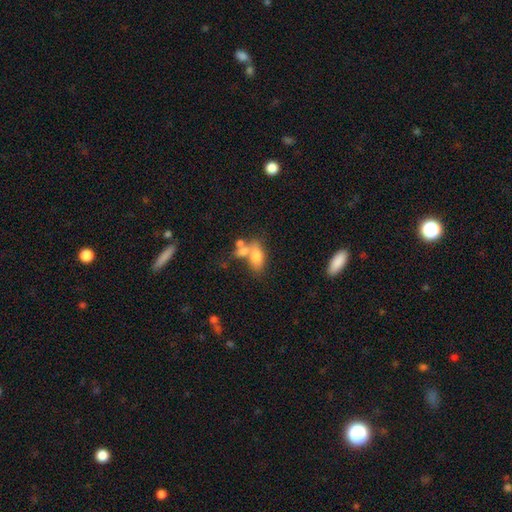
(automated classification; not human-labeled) smooth-or-featured: smooth: 73% | featured or disk: 18% | star or artifact: 9%
  how-rounded: in between: 86% | round: 8% | cigar-shaped: 7%
  merging: merger: 48% | none: 32% | minor disturbance: 12% | major disturbance: 8%